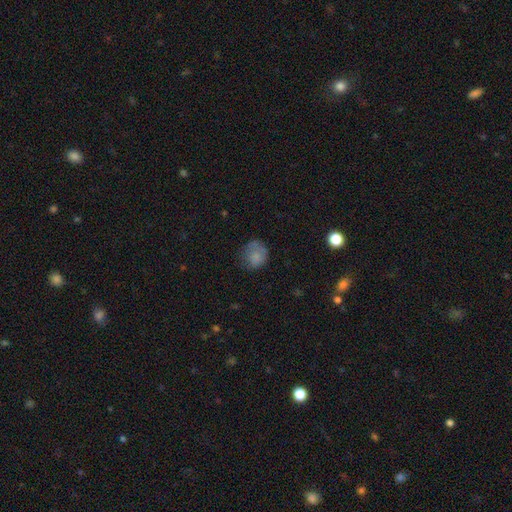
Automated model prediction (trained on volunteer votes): This is likely a smooth galaxy (74%). How rounded: likely round (76%). Merging: possibly none (52%).